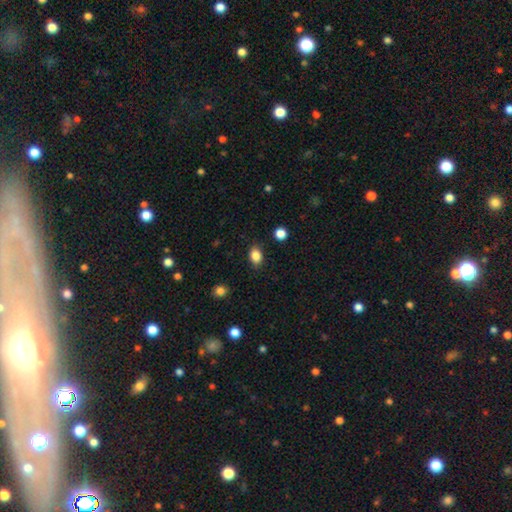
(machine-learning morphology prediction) The model was most divided on "how rounded": in between: 73%, round: 26%, cigar-shaped: 1%. More confident: merging — none (86%); smooth or featured — smooth (85%).